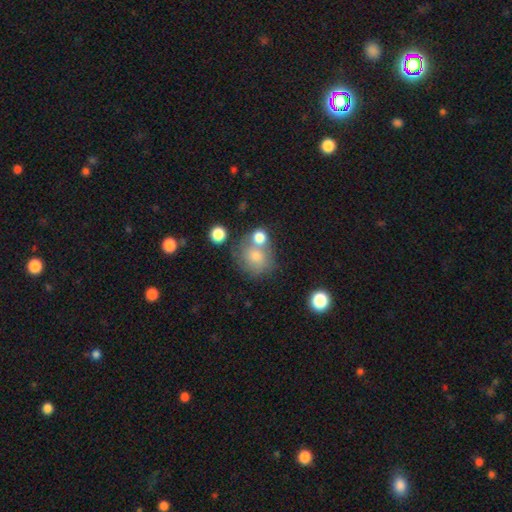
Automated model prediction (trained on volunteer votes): The model was most divided on "merging": none: 54%, merger: 26%, minor disturbance: 14%, major disturbance: 6%. More confident: how rounded — round (79%); smooth or featured — smooth (70%).